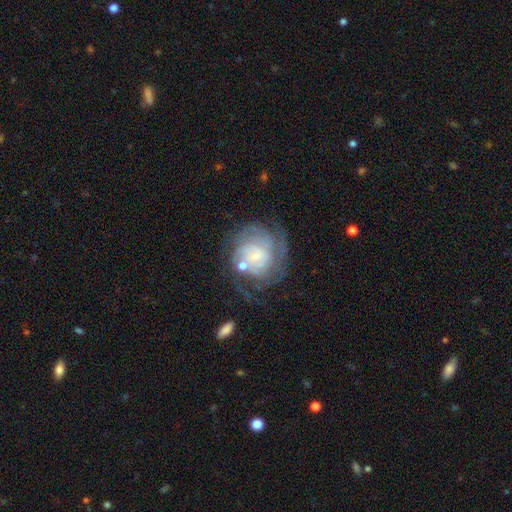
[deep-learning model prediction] Smooth or featured? featured or disk (76%)
Edge-on disk? no (98%)
Bar? no (67%)
Spiral arms? yes (89%)
Spiral winding? tight (62%)
Spiral arm count? can't tell (42%)
Bulge size? small (73%)
Merging? none (54%)